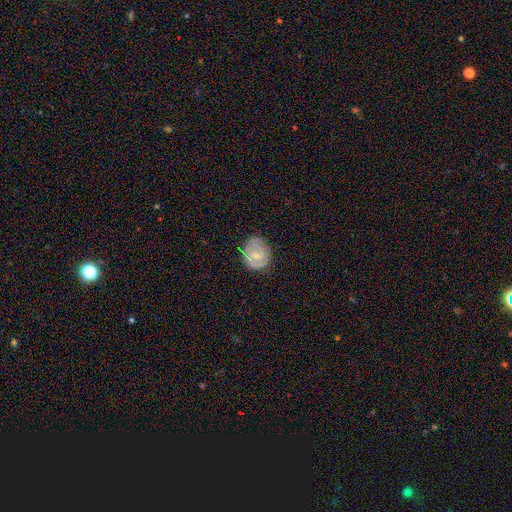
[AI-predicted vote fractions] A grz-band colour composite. It shows a smooth galaxy with no disk features (48%). Merging: none (67%).